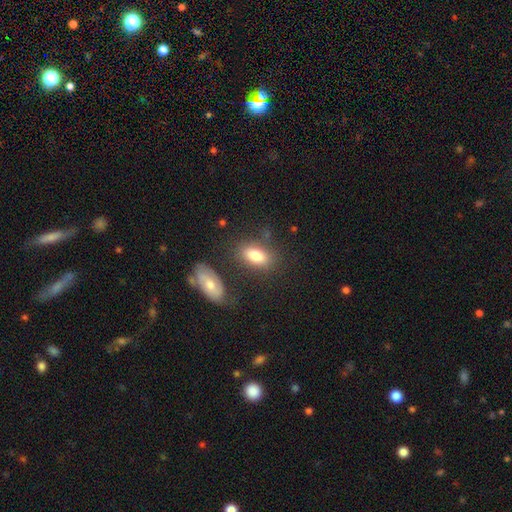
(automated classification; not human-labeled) Smooth or featured: smooth — 81% (featured or disk — 12%)
How rounded: in between — 88% (cigar-shaped — 7%)
Merging: none — 74% (minor disturbance — 14%)